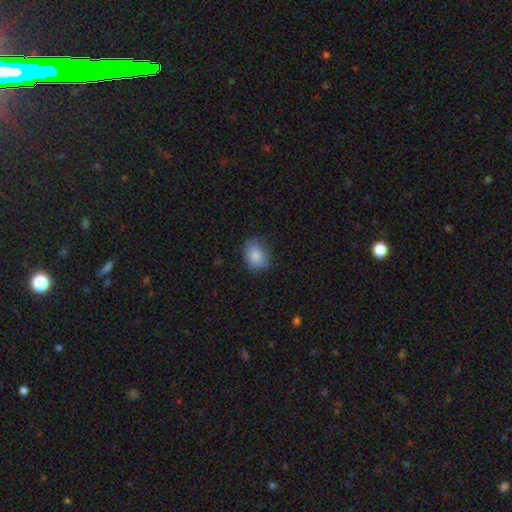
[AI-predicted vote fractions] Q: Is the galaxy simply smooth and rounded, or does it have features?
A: smooth — 85%.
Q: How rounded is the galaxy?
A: in between — 64%.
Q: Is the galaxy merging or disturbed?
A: none — 70%.